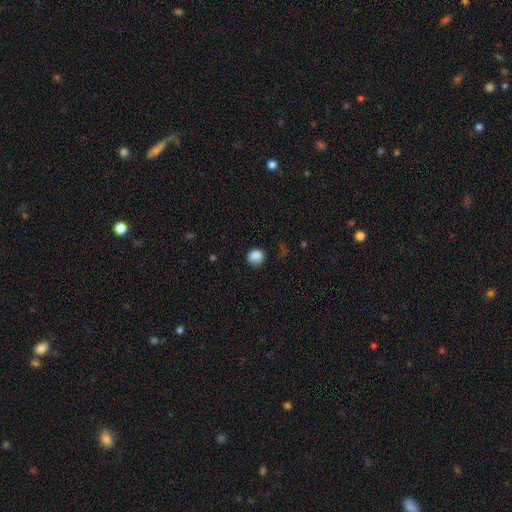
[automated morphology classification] A smooth galaxy with no disk features (86%) that is round (80%).

Vote fractions:
- Smooth or featured? smooth: 86% / star or artifact: 10% / featured or disk: 4%
- How rounded? round: 80% / in between: 19% / cigar-shaped: 1%
- Merging? none: 74% / minor disturbance: 19% / major disturbance: 5% / merger: 2%